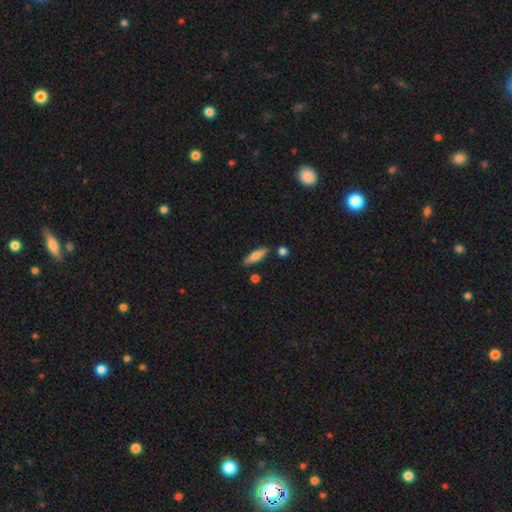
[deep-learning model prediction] This appears to be a smooth galaxy with no disk features (71%) that is cigar-shaped (62%). Merging: none (82%).